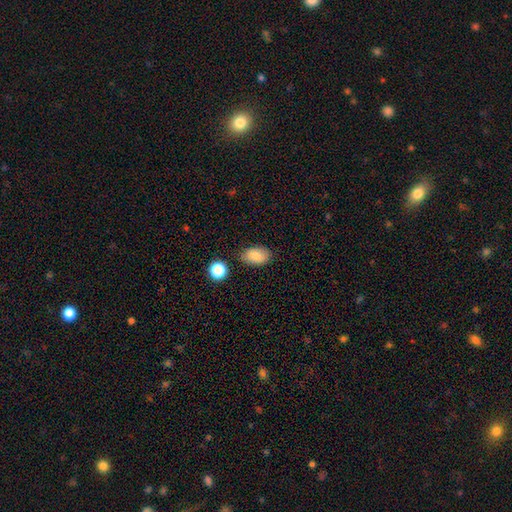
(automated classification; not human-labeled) Overall: smooth (84%). How rounded: in between (90%). Merging: none (82%).